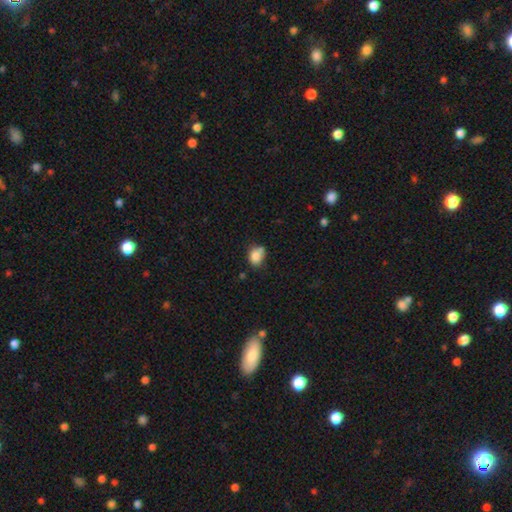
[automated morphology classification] The model was most divided on "how rounded": round: 50%, in between: 49%, cigar-shaped: 1%. More confident: smooth or featured — smooth (82%); merging — none (53%).